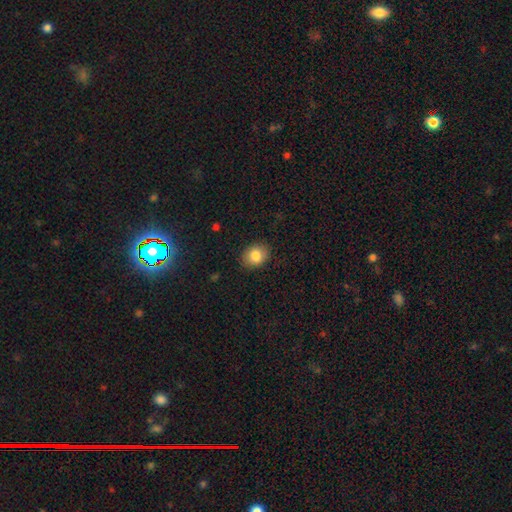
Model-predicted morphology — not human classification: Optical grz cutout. It shows a smooth galaxy with no disk features (83%) that is round (50%). Merging: none (87%).